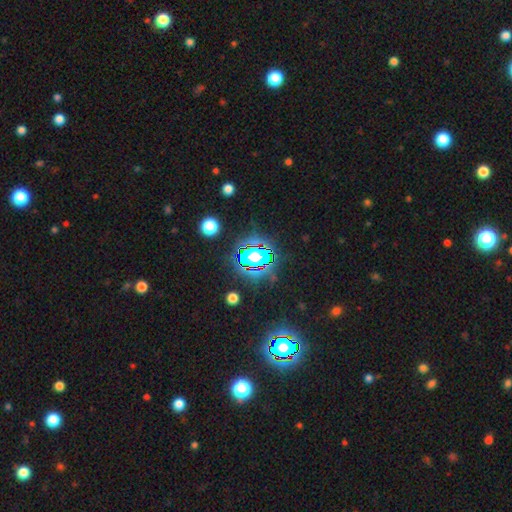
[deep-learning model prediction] Smooth or featured: star or artifact — 81% (smooth — 12%)